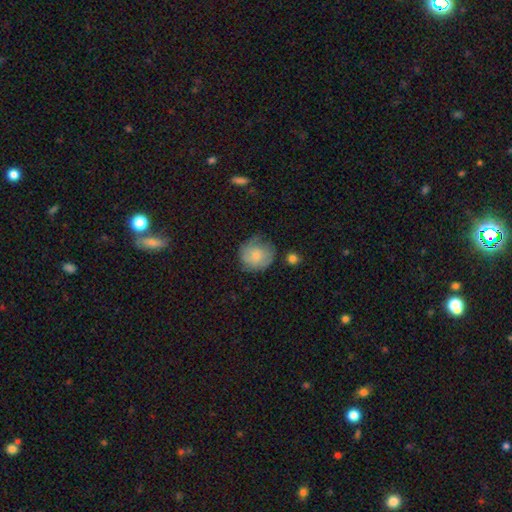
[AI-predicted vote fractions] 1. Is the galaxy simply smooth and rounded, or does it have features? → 71% smooth, 22% featured or disk, 7% star or artifact.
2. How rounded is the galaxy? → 82% round, 17% in between, 1% cigar-shaped.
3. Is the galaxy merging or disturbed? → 50% none, 32% minor disturbance, 14% major disturbance, 3% merger.